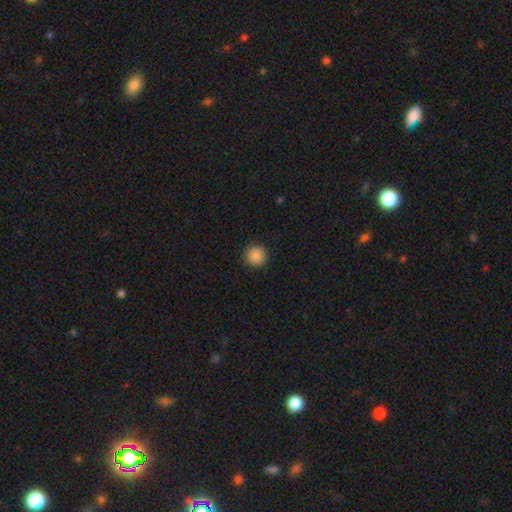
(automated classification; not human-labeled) Overall: smooth (89%). How rounded: round (95%). Merging: none (92%).